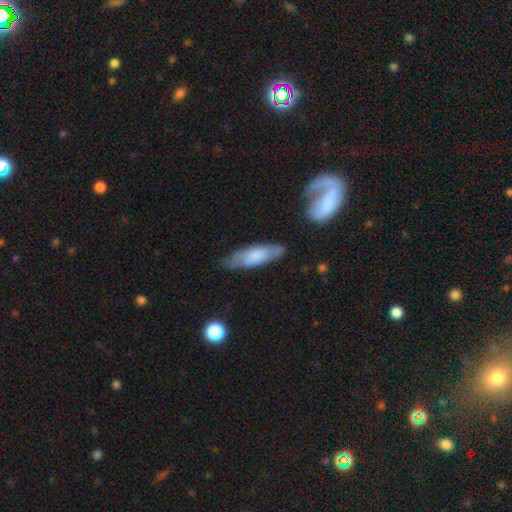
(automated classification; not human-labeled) smooth 59%, featured or disk 35%, star or artifact 6%. Down the decision tree: how rounded — cigar-shaped (51%); merging — none (69%).